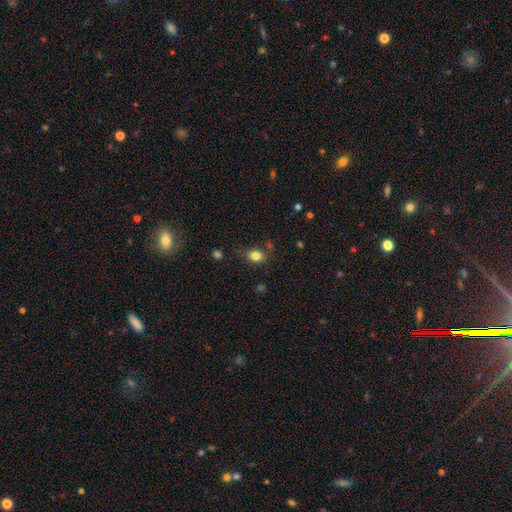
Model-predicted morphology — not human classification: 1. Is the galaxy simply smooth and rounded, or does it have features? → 82% smooth, 11% star or artifact, 7% featured or disk.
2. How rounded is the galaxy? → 62% in between, 37% round, 1% cigar-shaped.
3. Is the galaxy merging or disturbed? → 75% none, 16% minor disturbance, 4% major disturbance, 4% merger.